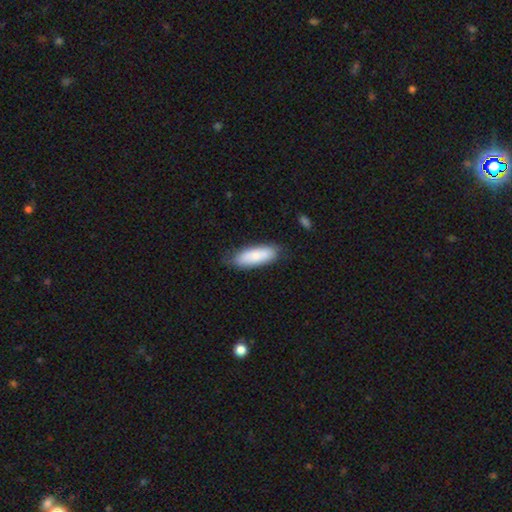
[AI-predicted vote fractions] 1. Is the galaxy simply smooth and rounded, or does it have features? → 78% smooth, 16% featured or disk, 6% star or artifact.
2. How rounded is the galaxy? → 66% in between, 32% cigar-shaped, 2% round.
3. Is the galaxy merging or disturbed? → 75% none, 19% minor disturbance, 4% major disturbance, 2% merger.